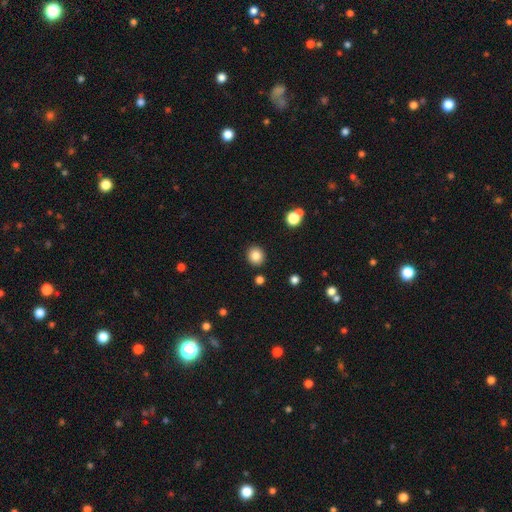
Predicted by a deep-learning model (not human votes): smooth 84%, star or artifact 11%, featured or disk 6%. Down the decision tree: how rounded — round (86%); merging — none (90%).